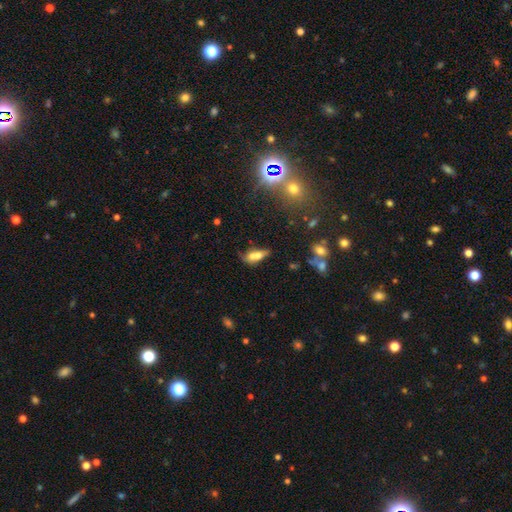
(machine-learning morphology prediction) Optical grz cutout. It shows a smooth galaxy with no disk features (60%) that is in between round and cigar-shaped (70%). Merging: merger (53%).